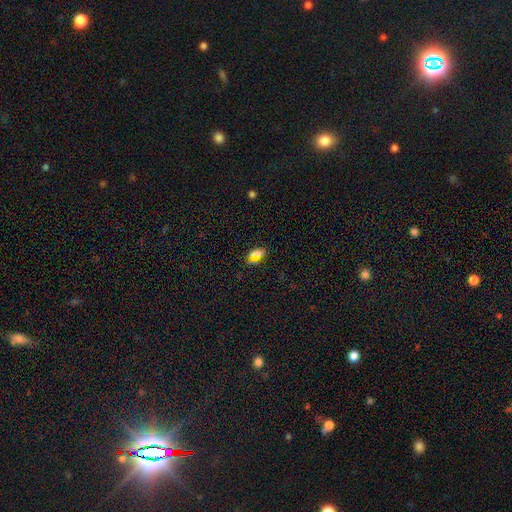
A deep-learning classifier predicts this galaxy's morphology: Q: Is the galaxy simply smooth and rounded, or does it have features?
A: smooth — 71%.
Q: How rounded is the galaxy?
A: in between — 83%.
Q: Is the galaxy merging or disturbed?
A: none — 80%.